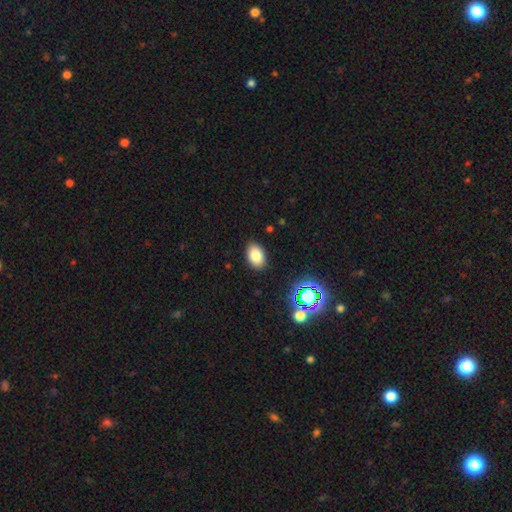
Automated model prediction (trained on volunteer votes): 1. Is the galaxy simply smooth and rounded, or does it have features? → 81% smooth, 12% star or artifact, 7% featured or disk.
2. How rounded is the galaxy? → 88% in between, 11% round, 1% cigar-shaped.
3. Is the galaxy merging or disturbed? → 88% none, 9% minor disturbance, 2% major disturbance, 1% merger.